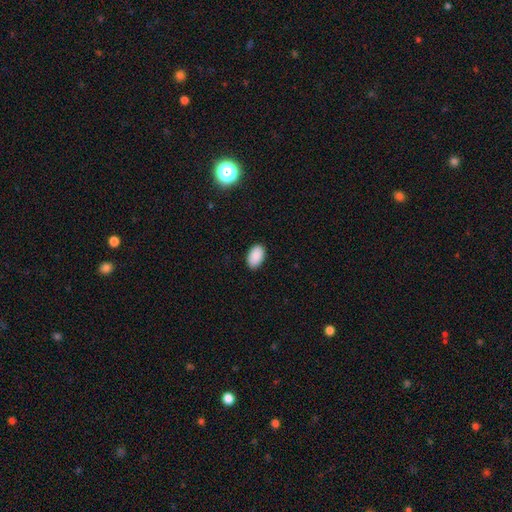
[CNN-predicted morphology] Q: Smooth or featured?
A: smooth (91%); runner-up: star or artifact (7%)
Q: How rounded?
A: in between (94%); runner-up: round (5%)
Q: Merging?
A: none (90%); runner-up: minor disturbance (8%)